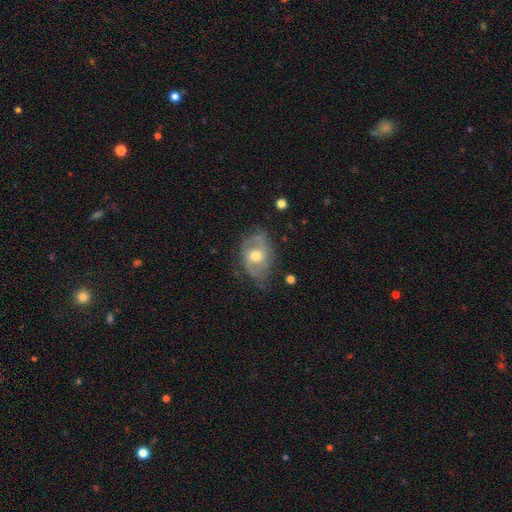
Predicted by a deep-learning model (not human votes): Q: Smooth or featured?
A: featured or disk (63%); runner-up: smooth (28%)
Q: Edge-on disk?
A: no (94%); runner-up: yes (6%)
Q: Bar?
A: no (59%); runner-up: weak (32%)
Q: Spiral arms?
A: yes (71%); runner-up: no (29%)
Q: Bulge size?
A: moderate (72%); runner-up: large (14%)
Q: Merging?
A: none (60%); runner-up: minor disturbance (28%)